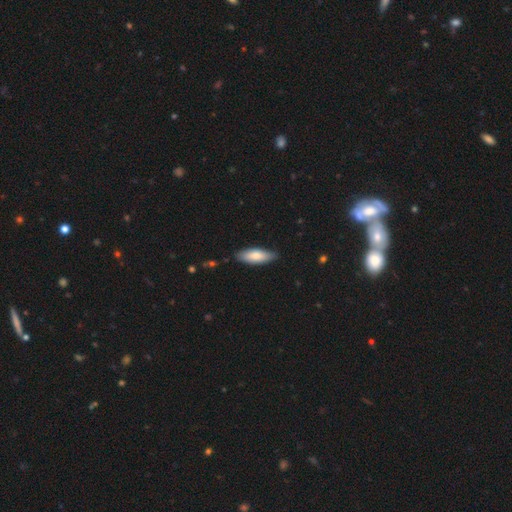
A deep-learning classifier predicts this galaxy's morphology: Smooth or featured? smooth (79%)
How rounded? in between (66%)
Merging? none (84%)